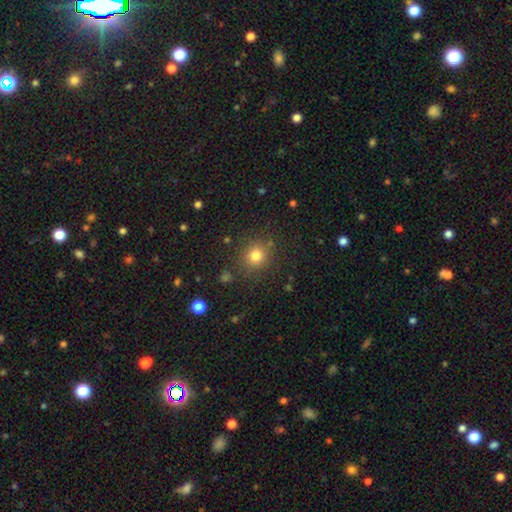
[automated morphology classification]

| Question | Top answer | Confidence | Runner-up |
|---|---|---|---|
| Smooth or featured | smooth | 79% | star or artifact (15%) |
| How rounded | round | 88% | in between (11%) |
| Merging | none | 84% | minor disturbance (9%) |